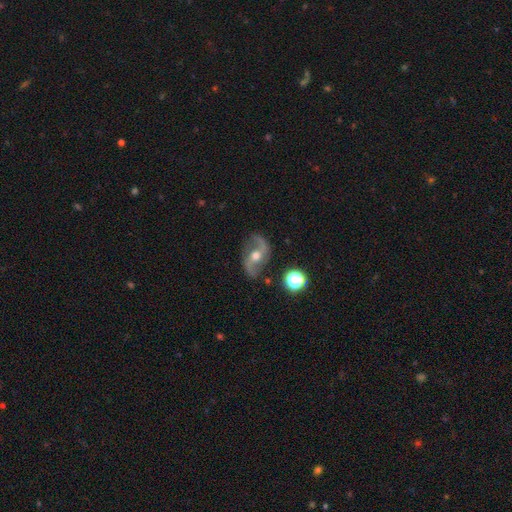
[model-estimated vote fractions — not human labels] Overall: featured or disk (87%). Edge-on disk: no (97%). Bar: no (44%; weak 36%). Spiral arms: yes (96%). Spiral arm count: 2 (94%). Spiral winding: loose (67%; medium 27%). Bulge size: moderate (73%). Merging: none (81%).